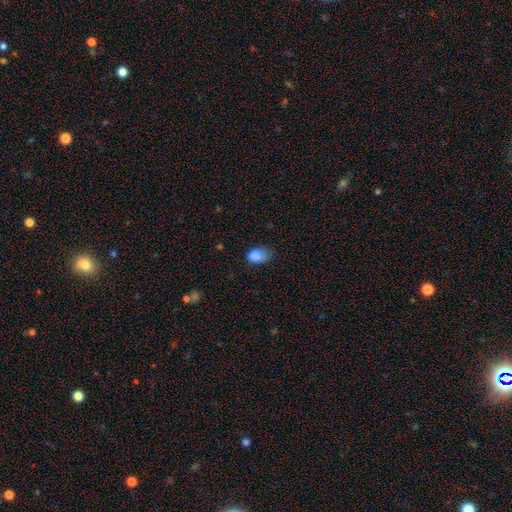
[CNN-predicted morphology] smooth-or-featured: smooth: 79% | featured or disk: 10% | star or artifact: 10%
  how-rounded: in between: 82% | round: 16% | cigar-shaped: 1%
  merging: minor disturbance: 39% | none: 32% | major disturbance: 25% | merger: 4%